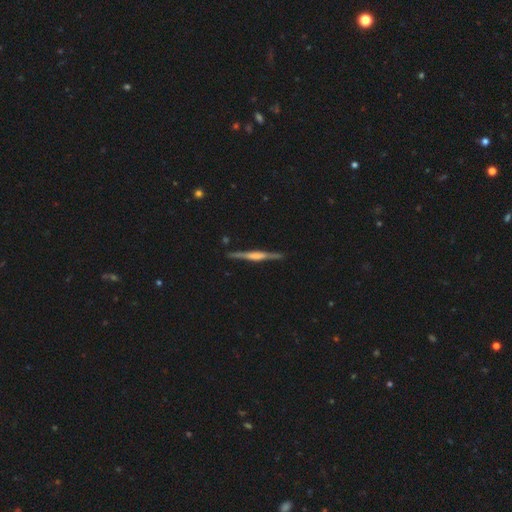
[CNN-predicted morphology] Smooth or featured: featured or disk — 76% (smooth — 19%)
Edge-on disk: yes — 98% (no — 2%)
Edge-on bulge: boxy — 47% (rounded — 39%)
Merging: none — 88% (minor disturbance — 9%)